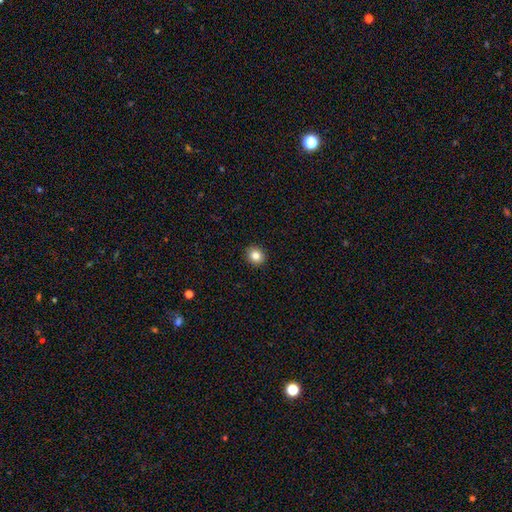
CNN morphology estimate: smooth 84%, star or artifact 10%, featured or disk 6%. Down the decision tree: how rounded — round (82%); merging — none (92%).